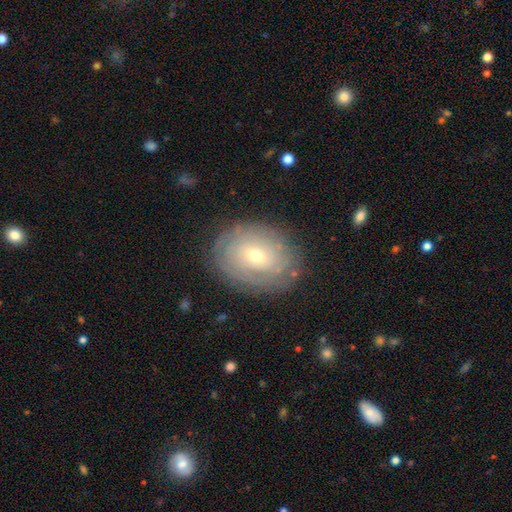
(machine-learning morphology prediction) featured or disk 63%, smooth 29%, star or artifact 8%. Down the decision tree: edge-on disk — no (95%); bar — no (64%); spiral arms — yes (71%); bulge size — small (53%); merging — none (80%).